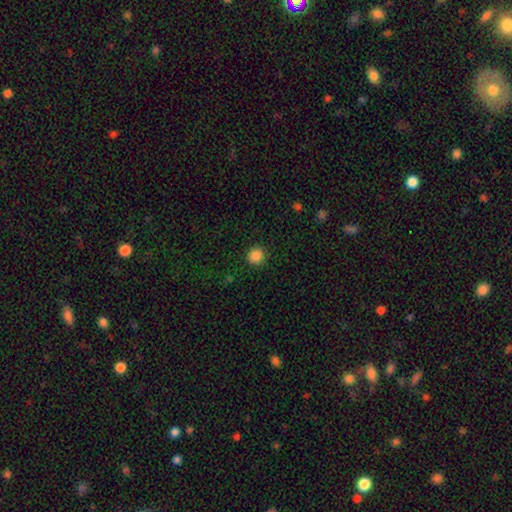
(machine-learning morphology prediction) Q: Smooth or featured?
A: smooth (87%); runner-up: star or artifact (10%)
Q: How rounded?
A: round (92%); runner-up: in between (7%)
Q: Merging?
A: none (92%); runner-up: minor disturbance (5%)